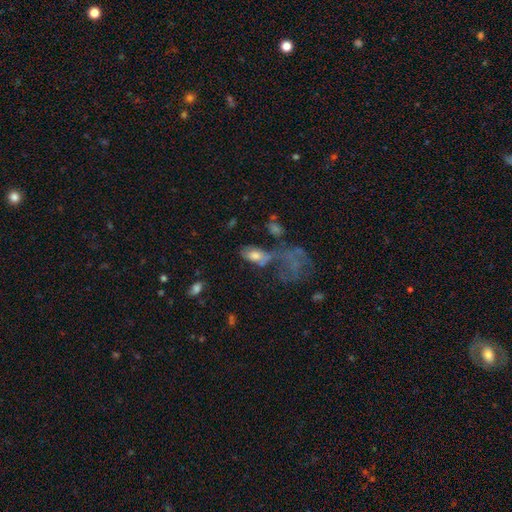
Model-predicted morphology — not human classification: smooth 63%, featured or disk 24%, star or artifact 12%. Down the decision tree: how rounded — in between (87%); merging — none (32%).